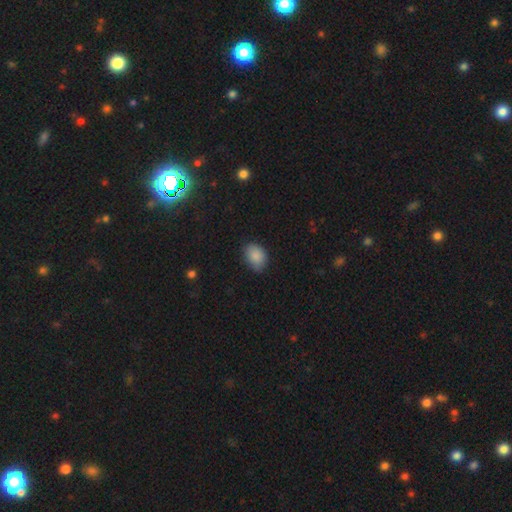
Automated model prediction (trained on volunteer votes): Smooth or featured? smooth (87%)
How rounded? in between (69%)
Merging? none (74%)